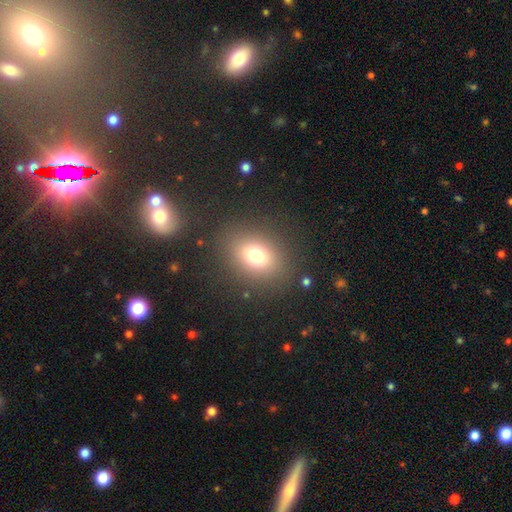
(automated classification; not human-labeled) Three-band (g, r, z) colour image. It shows a smooth galaxy with no disk features (72%) that is in between round and cigar-shaped (51%). Merging: none (84%).